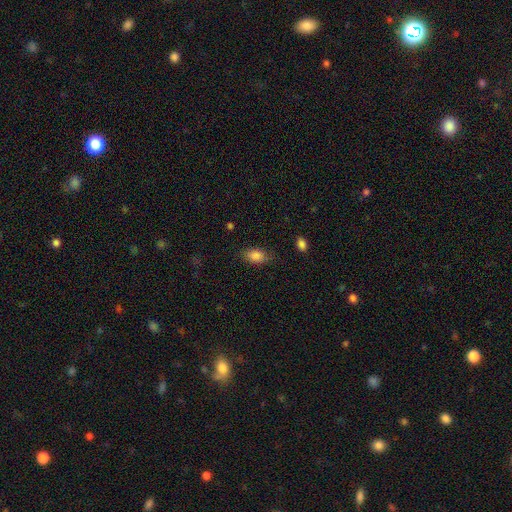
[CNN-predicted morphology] A smooth galaxy with no disk features (84%) that is in between round and cigar-shaped (84%). Merging: none (79%).